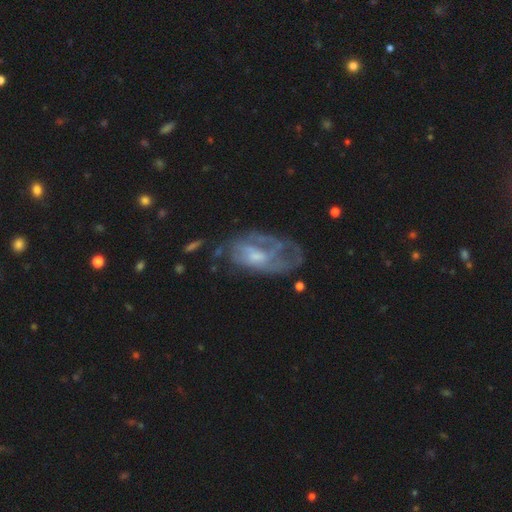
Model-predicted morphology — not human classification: Smooth or featured? Predicted: featured or disk (p=0.69). Edge-on disk? Predicted: no (p=0.95). Bar? Predicted: no (p=0.61). Spiral arms? Predicted: yes (p=0.60). Bulge size? Predicted: small (p=0.43). Merging? Predicted: none (p=0.40).